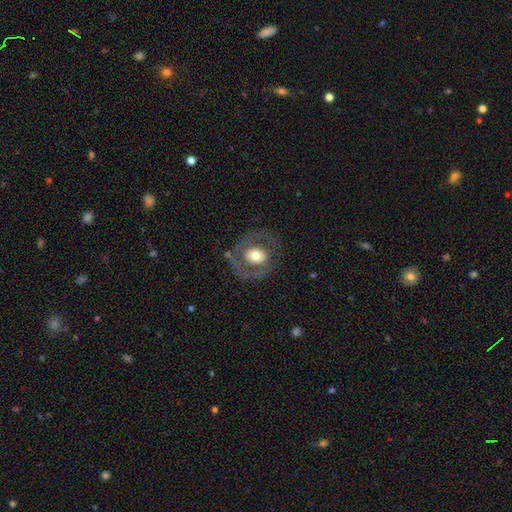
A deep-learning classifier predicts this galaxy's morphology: A featured or disk galaxy (58%) with no bar (77%), no spiral arms (65%) and a moderate central bulge (59%).

Vote fractions:
- Smooth or featured? featured or disk: 58% / smooth: 36% / star or artifact: 6%
- Edge-on disk? no: 96% / yes: 4%
- Bar? no: 77% / weak: 17% / strong: 6%
- Spiral arms? no: 65% / yes: 35%
- Bulge size? moderate: 59% / large: 31% / small: 6% / dominant: 3% / none: 1%
- Merging? none: 73% / minor disturbance: 13% / major disturbance: 11% / merger: 2%